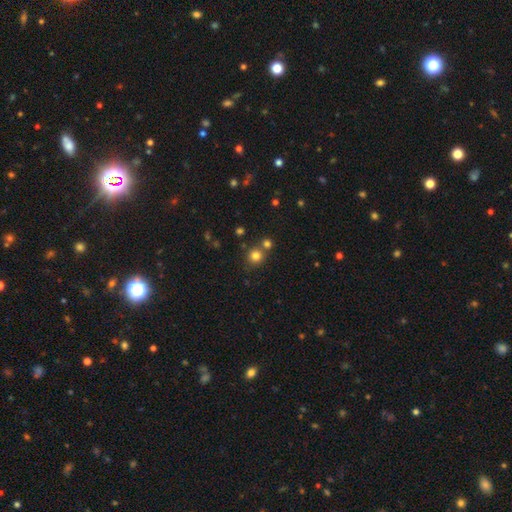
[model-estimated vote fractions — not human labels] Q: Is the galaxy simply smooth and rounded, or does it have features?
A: smooth — 78%.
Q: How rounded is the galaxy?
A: round — 89%.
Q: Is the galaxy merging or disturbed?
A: none — 69%.